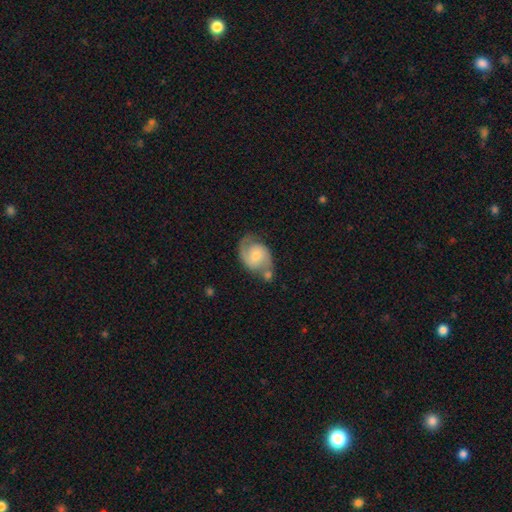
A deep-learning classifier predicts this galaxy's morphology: A featured or disk galaxy (74%) with no bar (50%), 2 (88%) medium (52%) spiral arms (94%) and a small central bulge (46%). Merging: none (57%).